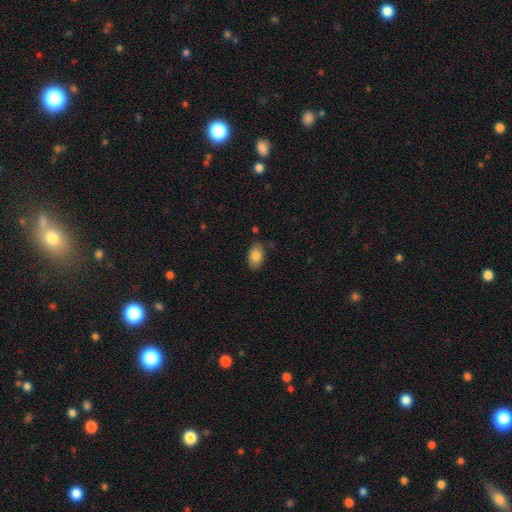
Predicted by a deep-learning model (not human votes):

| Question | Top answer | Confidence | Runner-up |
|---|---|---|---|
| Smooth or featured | smooth | 84% | featured or disk (9%) |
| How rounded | in between | 91% | round (7%) |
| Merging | none | 81% | minor disturbance (14%) |